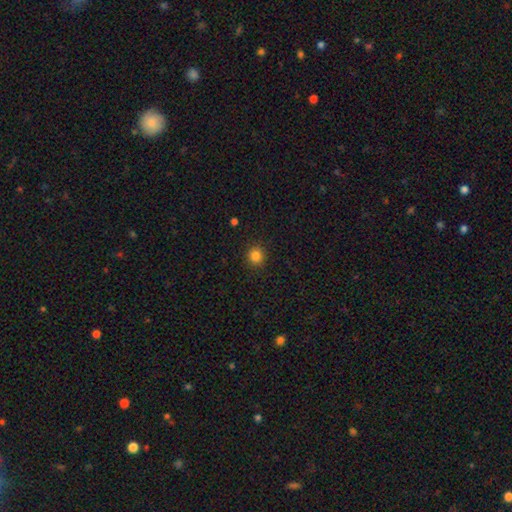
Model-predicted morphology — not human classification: The model was most divided on "smooth or featured": smooth: 83%, star or artifact: 13%, featured or disk: 4%. More confident: merging — none (90%); how rounded — round (89%).